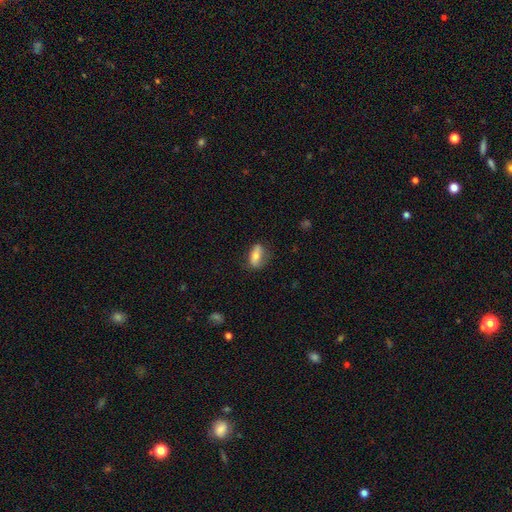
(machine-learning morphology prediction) Smooth or featured? Predicted: smooth (p=0.66). How rounded? Predicted: in between (p=0.76). Merging? Predicted: none (p=0.74).